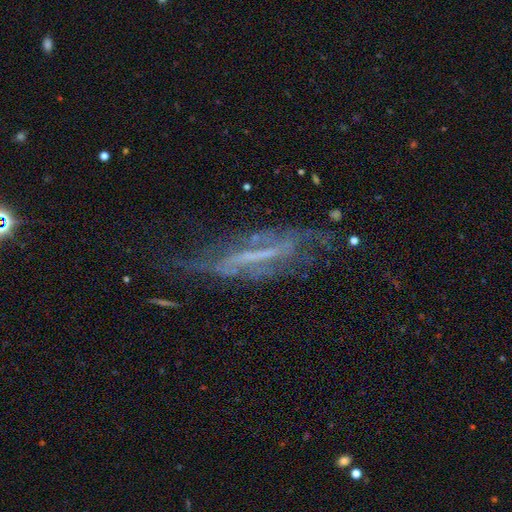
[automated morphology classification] This appears to be a featured or disk galaxy (71%). Merging: none (49%).